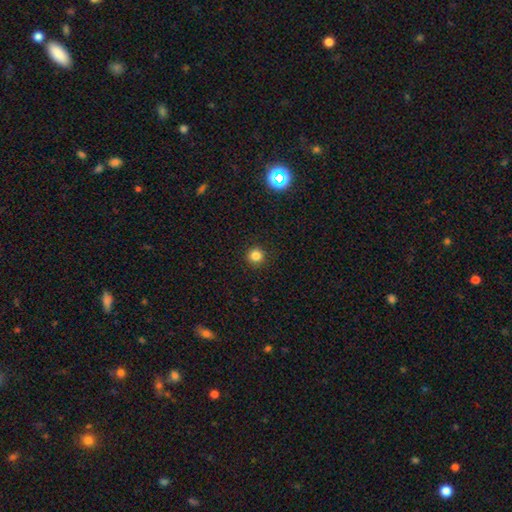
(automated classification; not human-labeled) The model was most divided on "smooth or featured": smooth: 82%, star or artifact: 13%, featured or disk: 4%. More confident: how rounded — round (95%); merging — none (92%).